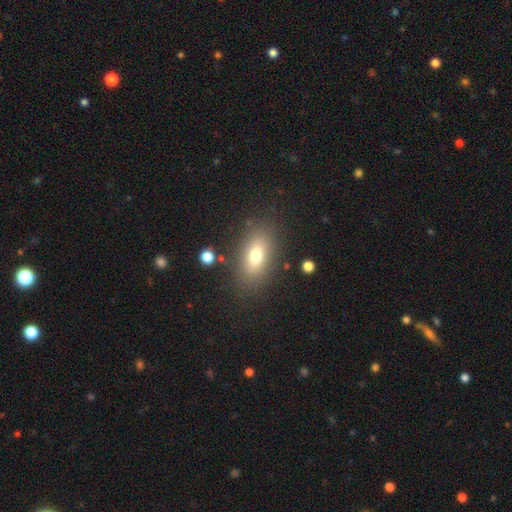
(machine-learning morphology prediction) smooth 73%, featured or disk 16%, star or artifact 11%. Down the decision tree: how rounded — in between (83%); merging — none (83%).